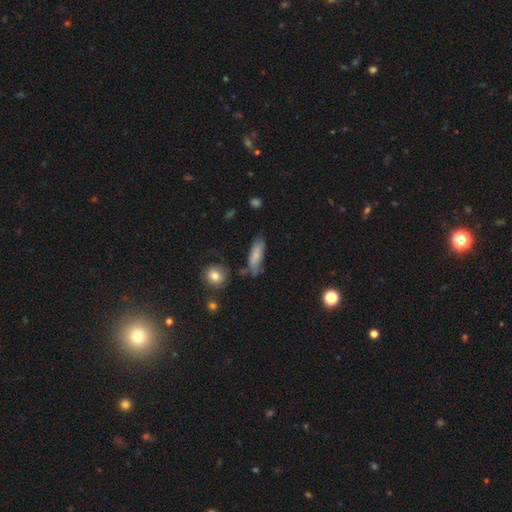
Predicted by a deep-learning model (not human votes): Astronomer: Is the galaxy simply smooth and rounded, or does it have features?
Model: smooth — 72%.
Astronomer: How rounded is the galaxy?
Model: in between — 59% (runner-up: cigar-shaped, 38%).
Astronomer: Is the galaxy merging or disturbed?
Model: none — 55%.